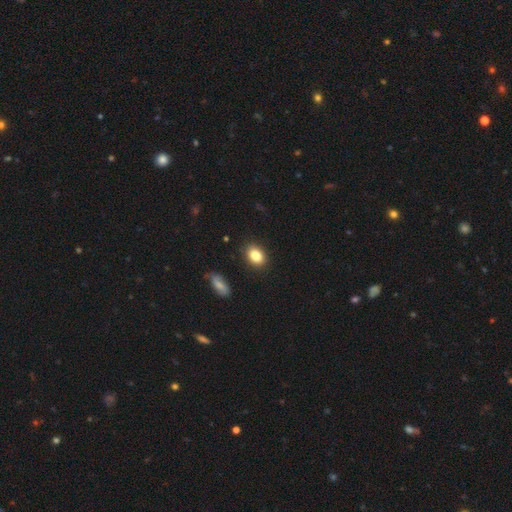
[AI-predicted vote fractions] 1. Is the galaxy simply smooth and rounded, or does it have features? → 84% smooth, 9% star or artifact, 7% featured or disk.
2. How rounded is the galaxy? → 75% in between, 24% round, 1% cigar-shaped.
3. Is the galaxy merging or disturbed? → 86% none, 10% minor disturbance, 2% major disturbance, 2% merger.